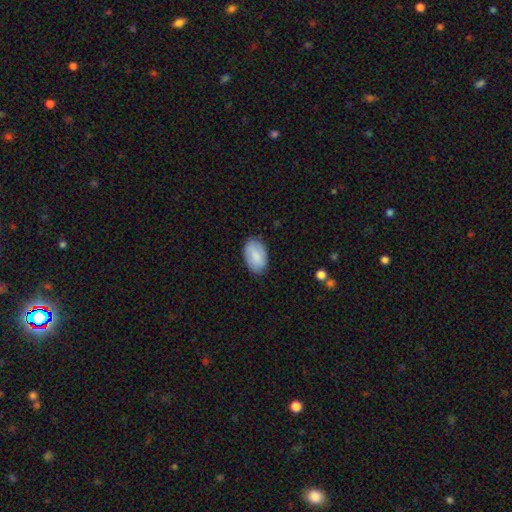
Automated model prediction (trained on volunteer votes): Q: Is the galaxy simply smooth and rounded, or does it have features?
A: smooth — 83%.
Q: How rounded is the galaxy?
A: in between — 93%.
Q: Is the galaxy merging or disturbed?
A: none — 83%.